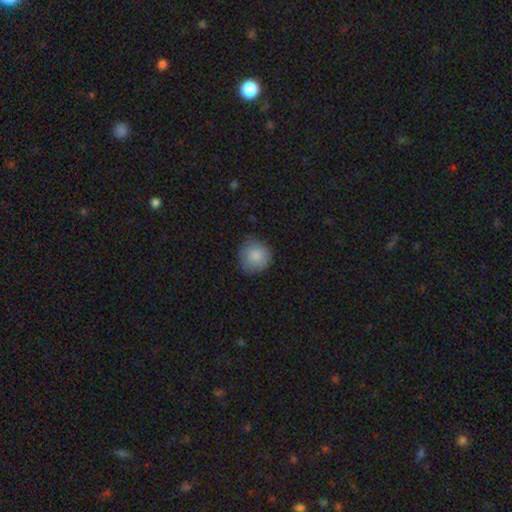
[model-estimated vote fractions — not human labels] This appears to be a smooth galaxy with no disk features (85%) that is round (89%). Merging: none (75%).